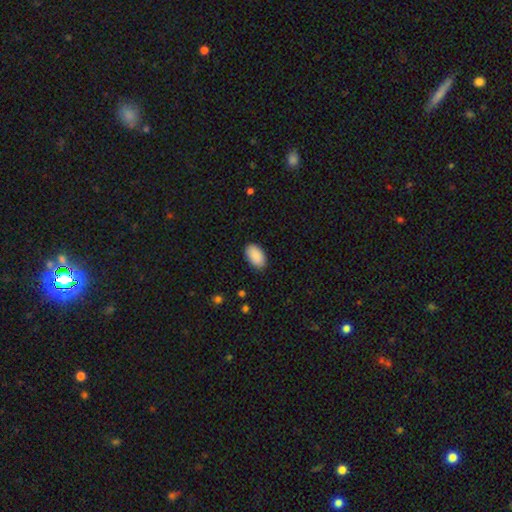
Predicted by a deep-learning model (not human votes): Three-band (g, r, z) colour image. It shows a smooth galaxy with no disk features (90%) that is in between round and cigar-shaped (94%). Merging: none (87%).